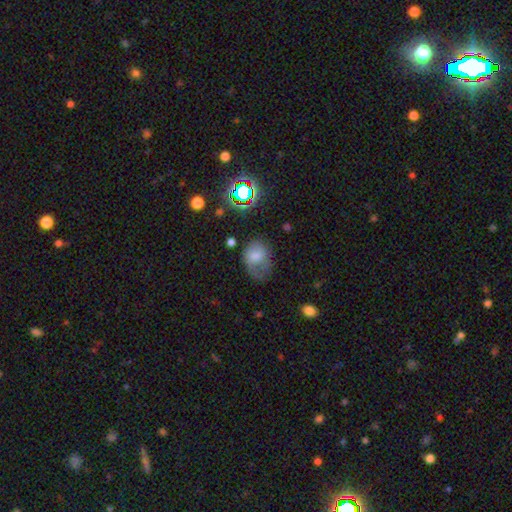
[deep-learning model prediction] Smooth or featured? Predicted: smooth (p=0.63). How rounded? Predicted: in between (p=0.58). Merging? Predicted: major disturbance (p=0.34).